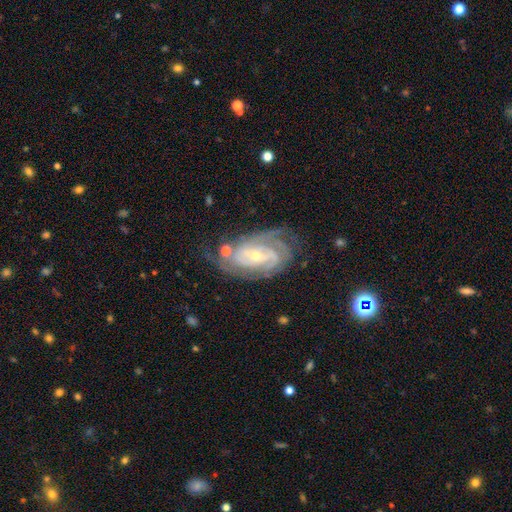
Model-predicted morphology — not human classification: Q: Smooth or featured?
A: featured or disk (89%); runner-up: smooth (6%)
Q: Edge-on disk?
A: no (96%); runner-up: yes (4%)
Q: Bar?
A: no (44%); runner-up: weak (36%)
Q: Spiral arms?
A: yes (97%); runner-up: no (3%)
Q: Spiral winding?
A: tight (68%); runner-up: medium (26%)
Q: Spiral arm count?
A: 2 (29%); runner-up: 3 (25%)
Q: Bulge size?
A: small (65%); runner-up: moderate (31%)
Q: Merging?
A: none (64%); runner-up: minor disturbance (21%)